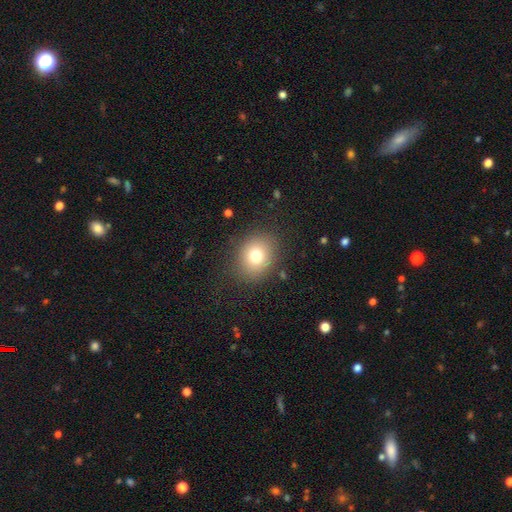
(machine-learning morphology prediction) This appears to be a smooth galaxy with no disk features (76%) that is round (64%). Merging: none (84%).